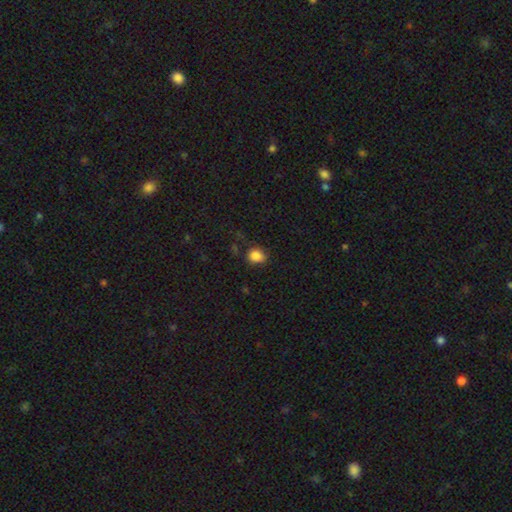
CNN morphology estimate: Smooth or featured: smooth — 85% (star or artifact — 10%)
How rounded: round — 56% (in between — 43%)
Merging: none — 70% (minor disturbance — 21%)